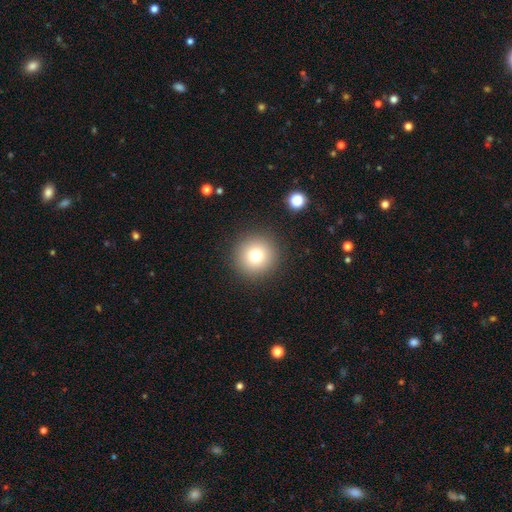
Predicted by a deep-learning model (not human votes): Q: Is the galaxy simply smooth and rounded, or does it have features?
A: smooth — 77%.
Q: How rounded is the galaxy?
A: round — 95%.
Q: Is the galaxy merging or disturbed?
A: none — 90%.